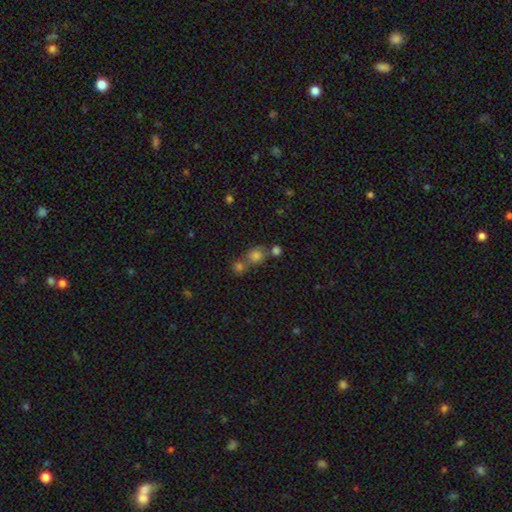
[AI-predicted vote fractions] smooth_or_featured: smooth (p=0.70) [alt: star or artifact p=0.20]
how_rounded: round (p=0.78) [alt: in between p=0.20]
merging: none (p=0.52) [alt: merger p=0.35]